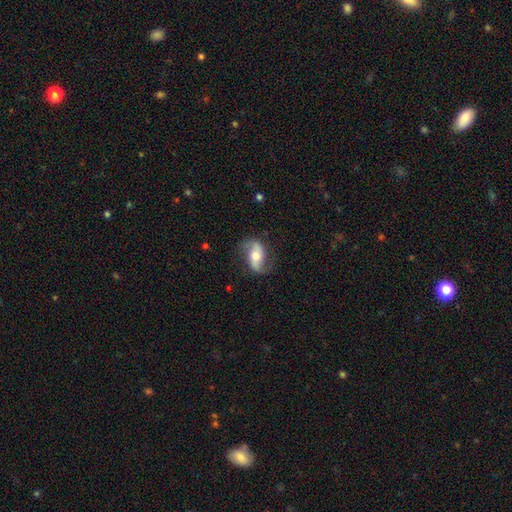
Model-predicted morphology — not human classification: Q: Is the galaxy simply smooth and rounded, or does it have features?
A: featured or disk — 79%.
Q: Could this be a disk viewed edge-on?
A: no — 95%.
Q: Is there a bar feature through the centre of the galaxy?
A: no — 41%.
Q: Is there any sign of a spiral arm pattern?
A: yes — 93%.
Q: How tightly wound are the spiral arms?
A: loose — 63%.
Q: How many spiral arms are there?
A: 2 — 92%.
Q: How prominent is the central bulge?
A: moderate — 68%.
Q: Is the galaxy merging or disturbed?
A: none — 77%.